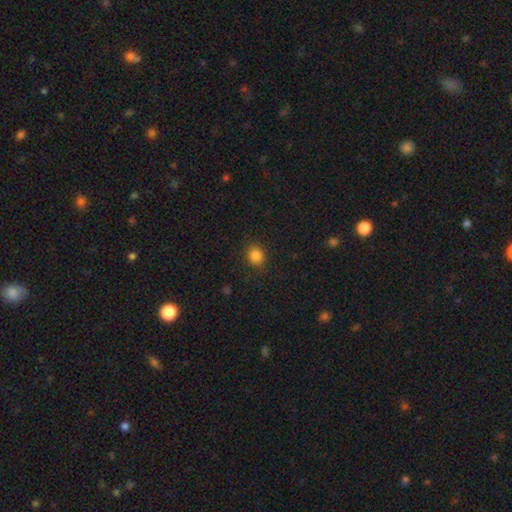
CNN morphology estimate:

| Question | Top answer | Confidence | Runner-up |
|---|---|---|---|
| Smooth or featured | smooth | 84% | star or artifact (11%) |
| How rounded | round | 69% | in between (30%) |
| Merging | none | 88% | minor disturbance (8%) |